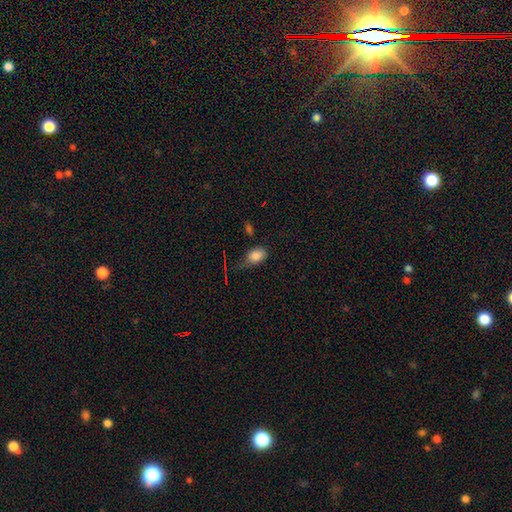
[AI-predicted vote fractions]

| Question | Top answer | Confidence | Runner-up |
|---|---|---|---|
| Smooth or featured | smooth | 83% | star or artifact (10%) |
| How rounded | in between | 85% | round (13%) |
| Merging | none | 49% | minor disturbance (32%) |